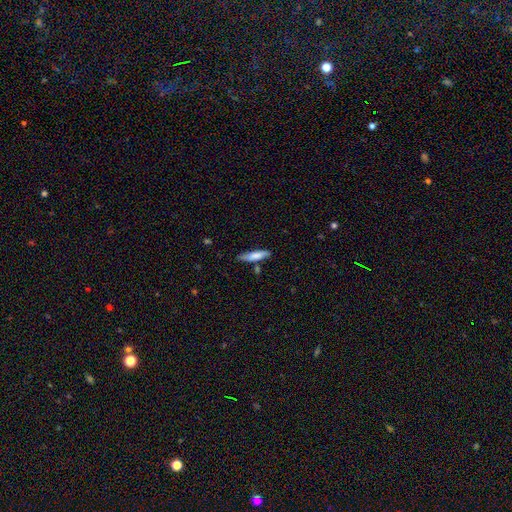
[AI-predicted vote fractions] Smooth or featured: smooth — 74% (featured or disk — 21%)
How rounded: cigar-shaped — 77% (in between — 21%)
Merging: none — 74% (minor disturbance — 17%)